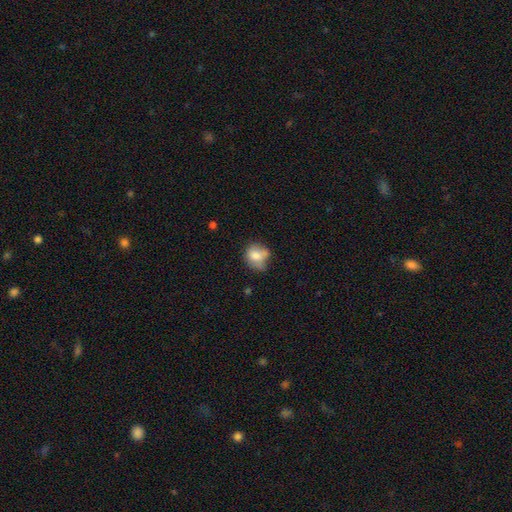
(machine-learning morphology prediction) This is likely a smooth galaxy (72%). How rounded: likely round (61%). Merging: marginally none (43%).